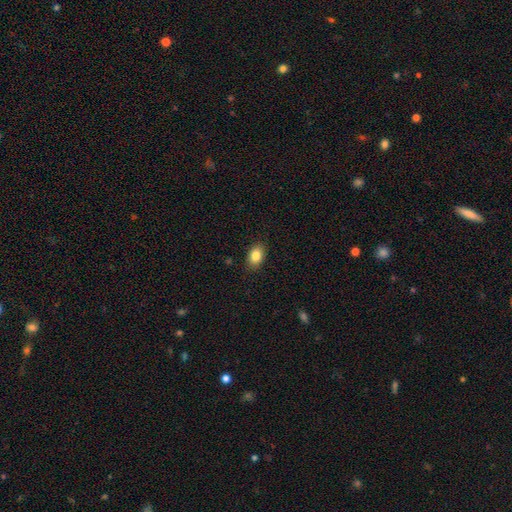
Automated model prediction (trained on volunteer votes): A smooth galaxy with no disk features (85%) that is in between round and cigar-shaped (83%).

Vote fractions:
- Smooth or featured? smooth: 85% / star or artifact: 8% / featured or disk: 7%
- How rounded? in between: 83% / round: 16% / cigar-shaped: 1%
- Merging? none: 87% / minor disturbance: 10% / major disturbance: 2% / merger: 1%